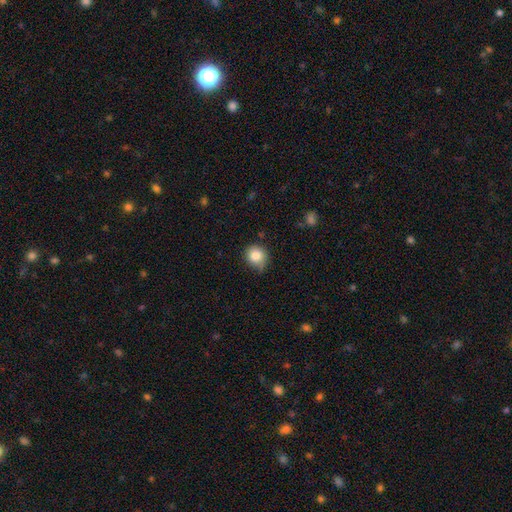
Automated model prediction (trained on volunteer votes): Smooth or featured?
  - smooth: 83% *
  - star or artifact: 10%
  - featured or disk: 7%
How rounded?
  - round: 86% *
  - in between: 13%
  - cigar-shaped: 1%
Merging?
  - none: 65% *
  - minor disturbance: 27%
  - major disturbance: 5%
  - merger: 3%